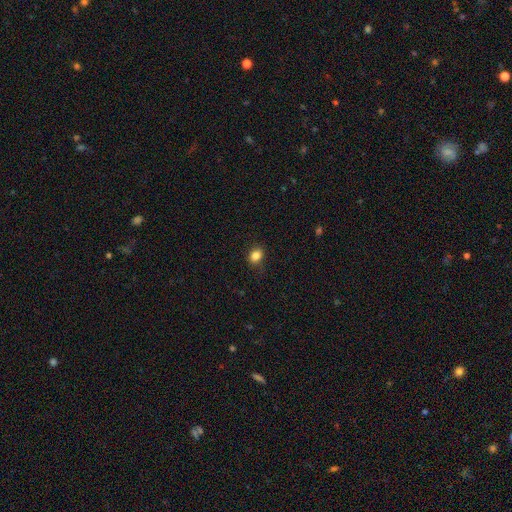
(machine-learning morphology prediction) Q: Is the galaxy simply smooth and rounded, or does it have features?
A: smooth — 85%.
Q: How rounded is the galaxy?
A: in between — 54%.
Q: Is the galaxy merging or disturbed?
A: none — 84%.